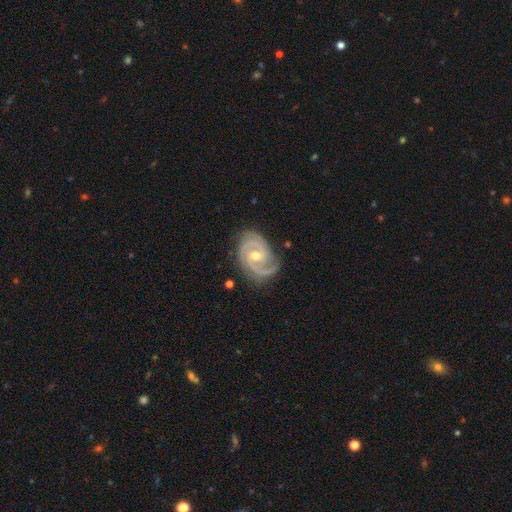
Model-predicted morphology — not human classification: The model was most divided on "bar": no: 46%, weak: 40%, strong: 14%. More confident: spiral arms — yes (99%); edge-on disk — no (98%); smooth or featured — featured or disk (93%); merging — none (77%); spiral arm count — 2 (77%); bulge size — moderate (58%); spiral winding — tight (54%).